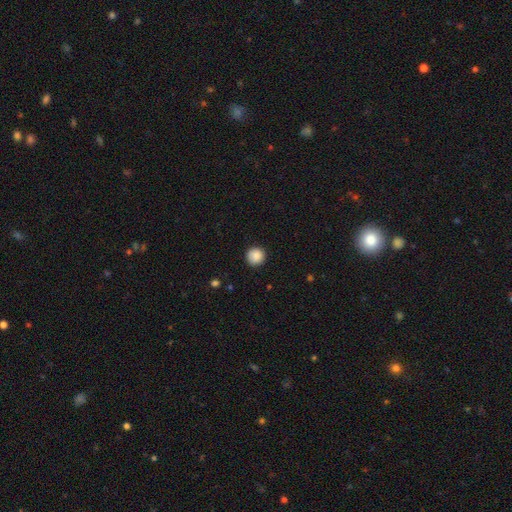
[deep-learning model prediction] This appears to be a smooth galaxy with no disk features (88%) that is round (95%). Merging: none (90%).